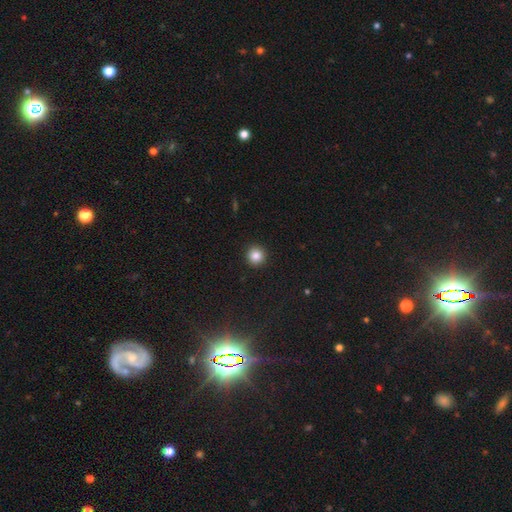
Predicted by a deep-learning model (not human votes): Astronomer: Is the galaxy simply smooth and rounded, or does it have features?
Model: smooth — 84%.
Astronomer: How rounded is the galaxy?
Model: round — 95%.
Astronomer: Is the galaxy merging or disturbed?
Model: none — 93%.